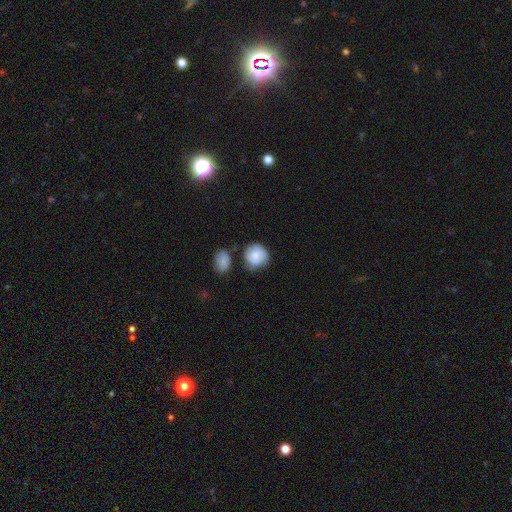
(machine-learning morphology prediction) A smooth galaxy with no disk features (79%) that is round (84%). Merging: none (56%).